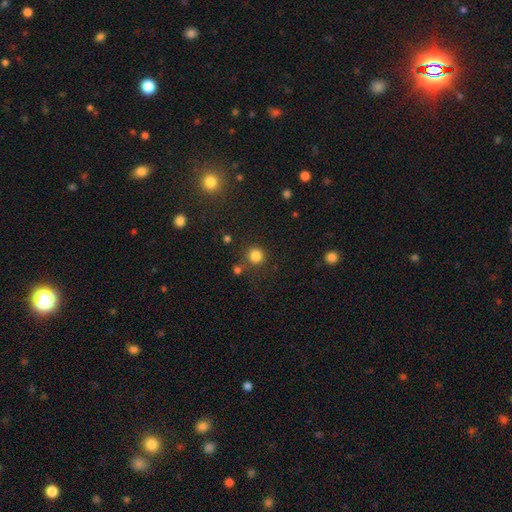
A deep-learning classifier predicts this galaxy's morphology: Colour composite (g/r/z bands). It shows a smooth galaxy with no disk features (82%) that is round (93%). Merging: none (82%).